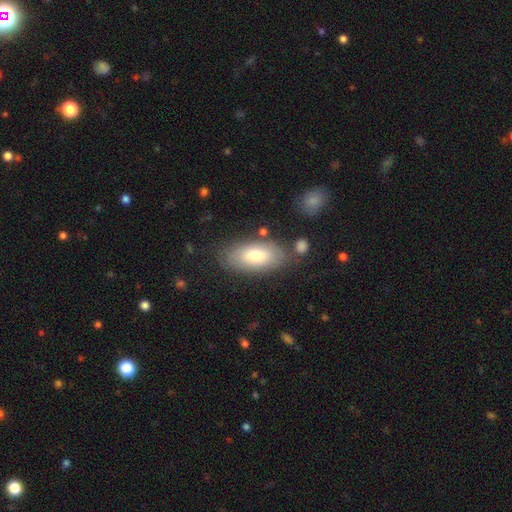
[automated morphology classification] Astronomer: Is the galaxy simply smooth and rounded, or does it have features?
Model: smooth — 73%.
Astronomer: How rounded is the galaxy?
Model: in between — 91%.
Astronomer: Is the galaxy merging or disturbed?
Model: none — 77%.